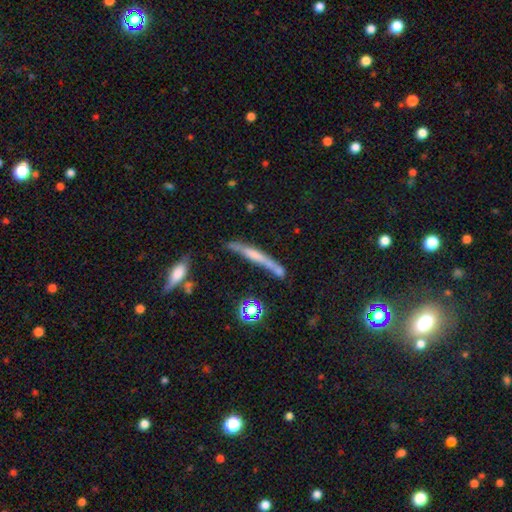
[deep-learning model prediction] This is possibly a smooth galaxy (45%). Merging: possibly none (55%).